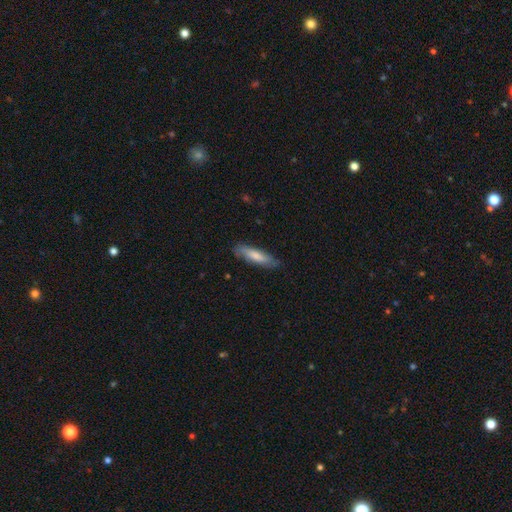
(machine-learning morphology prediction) smooth 72%, featured or disk 23%, star or artifact 5%. Down the decision tree: how rounded — cigar-shaped (71%); merging — none (82%).